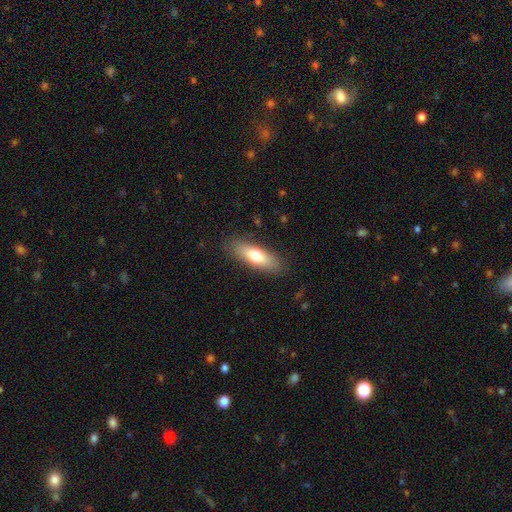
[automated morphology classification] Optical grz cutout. It shows a smooth galaxy with no disk features (71%) that is in between round and cigar-shaped (53%). Merging: none (85%).